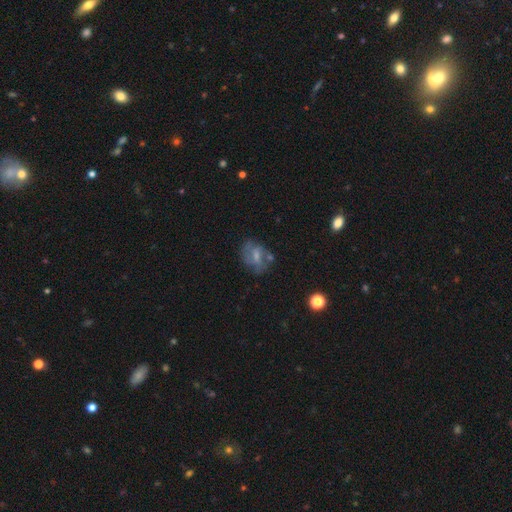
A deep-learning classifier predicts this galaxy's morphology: This appears to be a featured or disk galaxy (51%). Merging: none (54%).